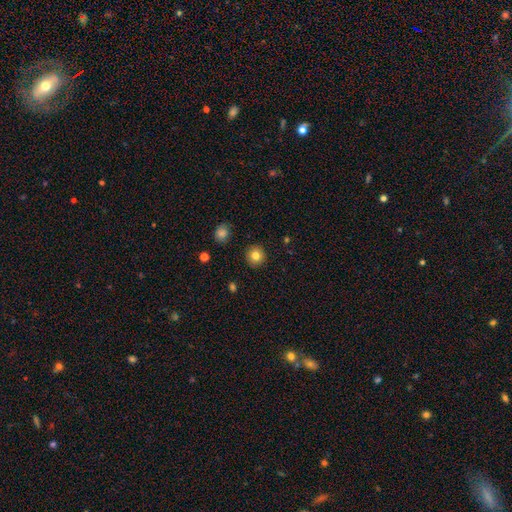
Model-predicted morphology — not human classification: smooth-or-featured: smooth: 82% | star or artifact: 11% | featured or disk: 8%
  how-rounded: round: 93% | in between: 6% | cigar-shaped: 1%
  merging: none: 92% | minor disturbance: 6% | major disturbance: 2% | merger: 1%